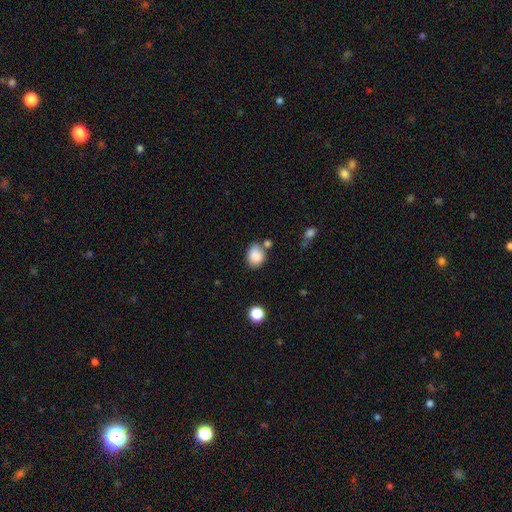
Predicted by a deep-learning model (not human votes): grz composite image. It shows a smooth galaxy with no disk features (86%) that is in between round and cigar-shaped (51%). Merging: none (59%).